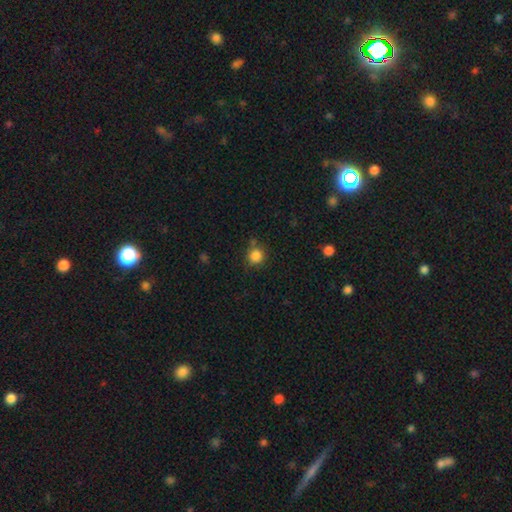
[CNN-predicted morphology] Smooth or featured: smooth — 85% (star or artifact — 11%)
How rounded: round — 91% (in between — 8%)
Merging: none — 75% (minor disturbance — 14%)